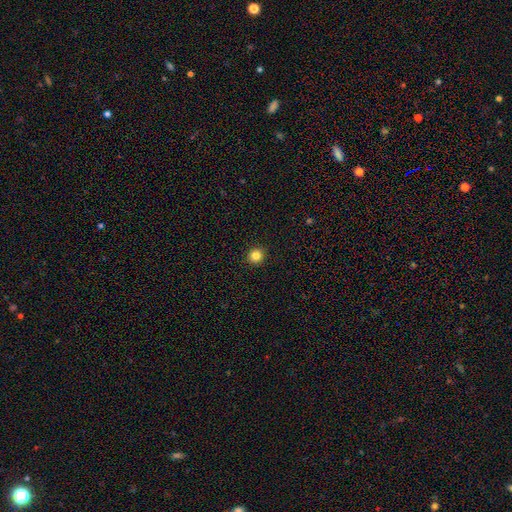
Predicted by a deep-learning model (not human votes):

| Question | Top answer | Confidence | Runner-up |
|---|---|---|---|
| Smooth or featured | smooth | 84% | star or artifact (12%) |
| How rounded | round | 92% | in between (7%) |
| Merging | none | 94% | minor disturbance (4%) |